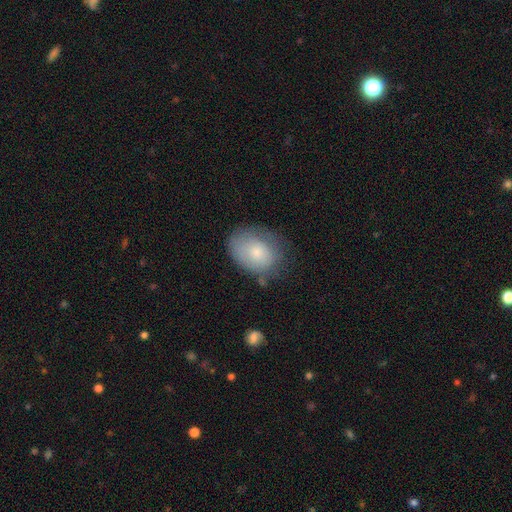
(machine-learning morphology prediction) smooth 75%, featured or disk 18%, star or artifact 7%. Down the decision tree: how rounded — in between (70%); merging — none (63%).